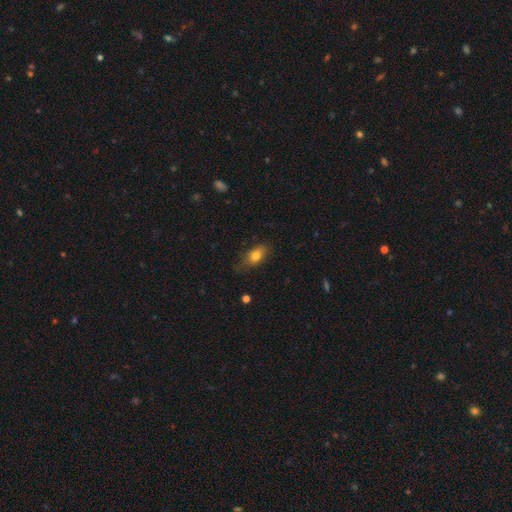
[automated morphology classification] Smooth or featured?
  - smooth: 76% *
  - featured or disk: 15%
  - star or artifact: 9%
How rounded?
  - in between: 81% *
  - cigar-shaped: 10%
  - round: 9%
Merging?
  - none: 70% *
  - minor disturbance: 24%
  - major disturbance: 5%
  - merger: 1%